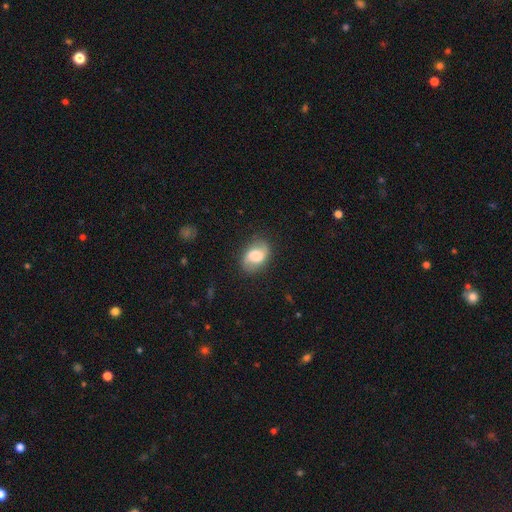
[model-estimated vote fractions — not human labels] featured or disk 54%, smooth 39%, star or artifact 8%. Down the decision tree: edge-on disk — no (96%); bar — weak (44%); spiral arms — yes (84%); bulge size — moderate (41%); merging — none (80%).